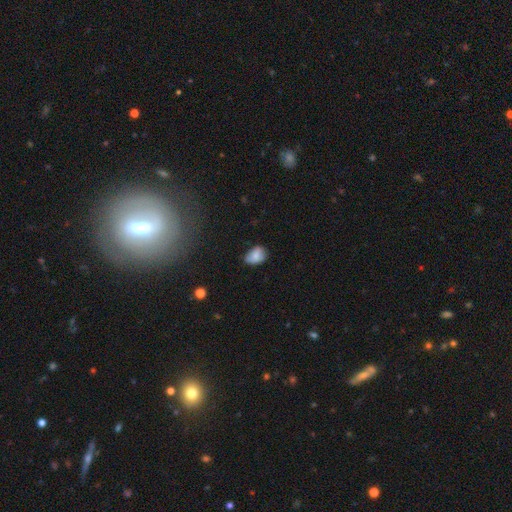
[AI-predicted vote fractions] smooth 80%, featured or disk 11%, star or artifact 8%. Down the decision tree: how rounded — in between (77%); merging — none (61%).